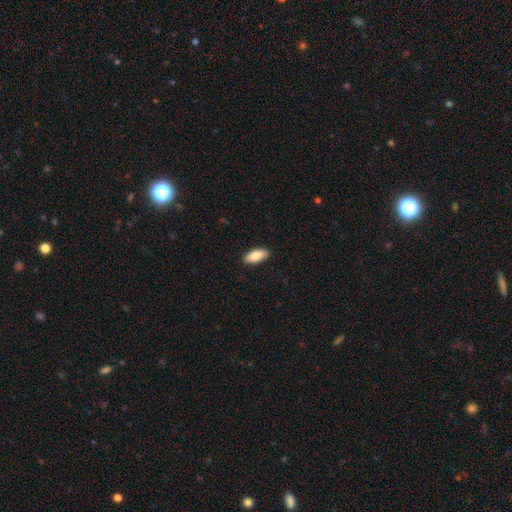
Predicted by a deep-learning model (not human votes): The model was most divided on "how rounded": in between: 83%, cigar-shaped: 14%, round: 2%. More confident: merging — none (89%); smooth or featured — smooth (83%).